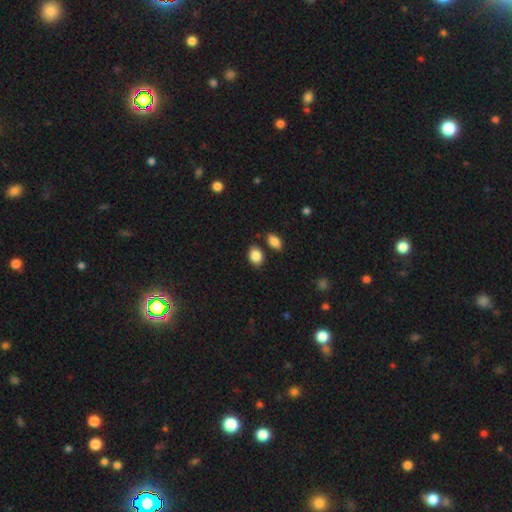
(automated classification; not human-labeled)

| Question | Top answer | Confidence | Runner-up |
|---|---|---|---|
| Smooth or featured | smooth | 87% | star or artifact (8%) |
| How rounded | in between | 69% | round (30%) |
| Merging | none | 78% | minor disturbance (12%) |